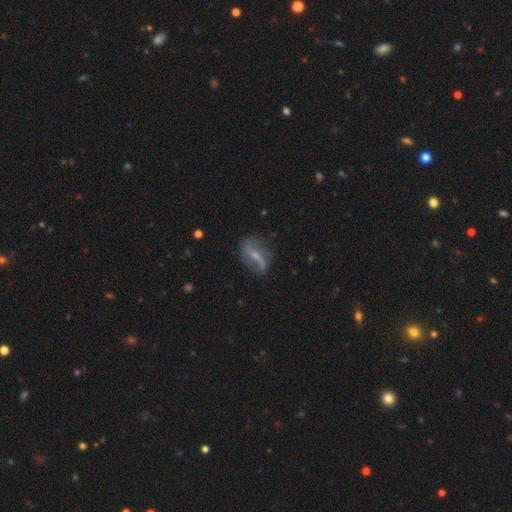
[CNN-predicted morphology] The model was most divided on "bar": strong: 45%, weak: 36%, no: 19%. More confident: edge-on disk — no (91%); spiral arms — yes (80%); spiral arm count — 2 (80%); smooth or featured — featured or disk (73%); spiral winding — loose (68%); merging — none (66%); bulge size — small (57%).